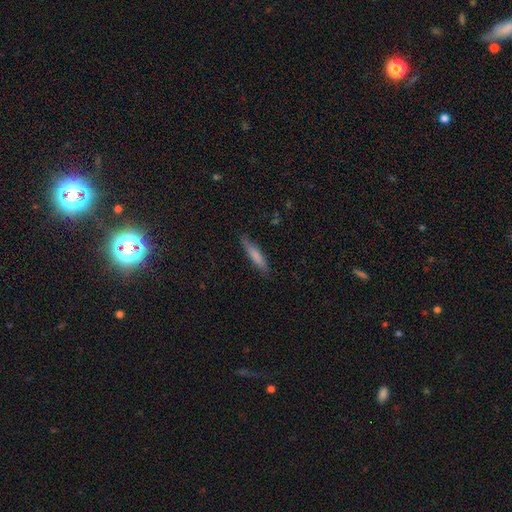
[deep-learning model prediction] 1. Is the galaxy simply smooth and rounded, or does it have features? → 75% smooth, 19% featured or disk, 6% star or artifact.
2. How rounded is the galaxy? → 88% cigar-shaped, 11% in between, 1% round.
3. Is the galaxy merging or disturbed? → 85% none, 12% minor disturbance, 2% major disturbance, 1% merger.